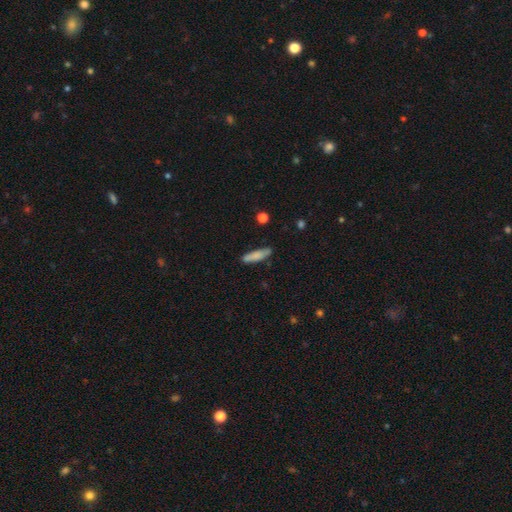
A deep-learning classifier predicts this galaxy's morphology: The model was most divided on "how rounded": cigar-shaped: 70%, in between: 28%, round: 2%. More confident: smooth or featured — smooth (80%); merging — none (78%).